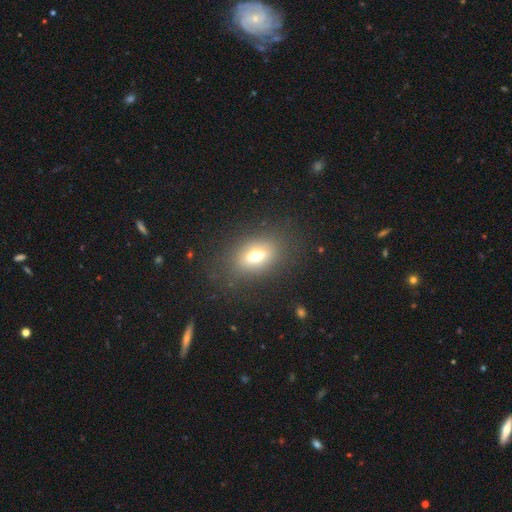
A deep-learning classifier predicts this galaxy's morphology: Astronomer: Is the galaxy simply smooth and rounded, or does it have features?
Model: smooth — 62%.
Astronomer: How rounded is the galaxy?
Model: in between — 76%.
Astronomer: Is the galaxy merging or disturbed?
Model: none — 80%.